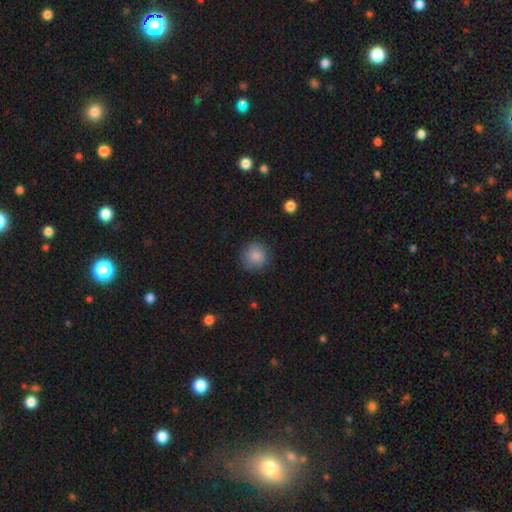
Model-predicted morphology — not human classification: Smooth or featured: smooth — 86% (star or artifact — 8%)
How rounded: round — 92% (in between — 7%)
Merging: none — 85% (minor disturbance — 11%)